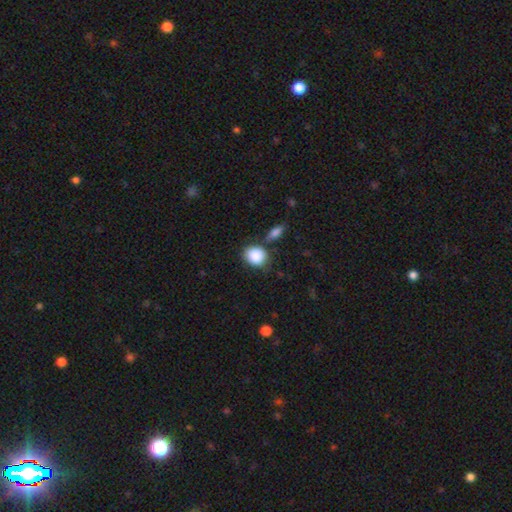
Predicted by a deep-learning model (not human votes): smooth 88%, star or artifact 8%, featured or disk 5%. Down the decision tree: how rounded — round (63%); merging — none (66%).